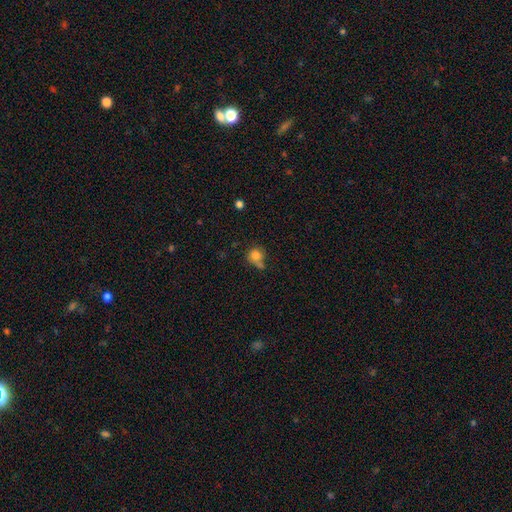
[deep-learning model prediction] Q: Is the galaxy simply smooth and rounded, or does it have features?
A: smooth — 80%.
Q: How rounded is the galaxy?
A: round — 82%.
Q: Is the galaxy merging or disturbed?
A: none — 47%.